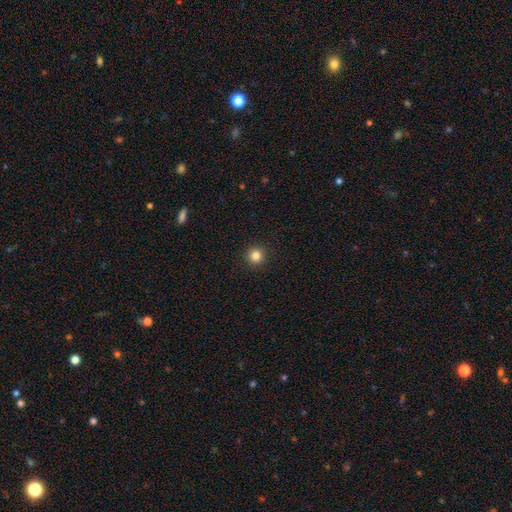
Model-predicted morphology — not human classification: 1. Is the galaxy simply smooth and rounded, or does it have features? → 83% smooth, 12% star or artifact, 5% featured or disk.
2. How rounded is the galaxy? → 96% round, 4% in between, 1% cigar-shaped.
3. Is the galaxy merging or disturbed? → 93% none, 4% minor disturbance, 2% major disturbance, 1% merger.